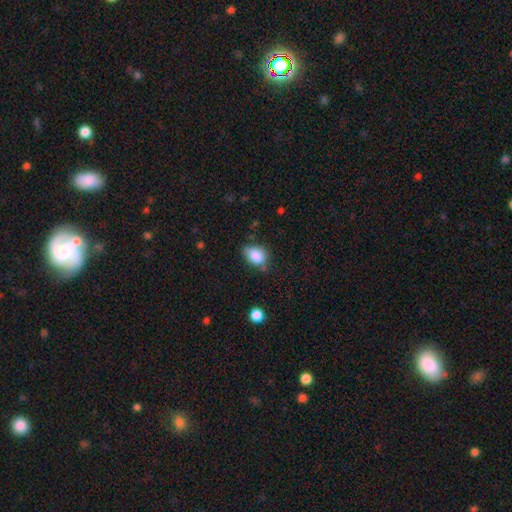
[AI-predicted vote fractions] Smooth or featured? smooth (85%)
How rounded? in between (73%)
Merging? none (59%)